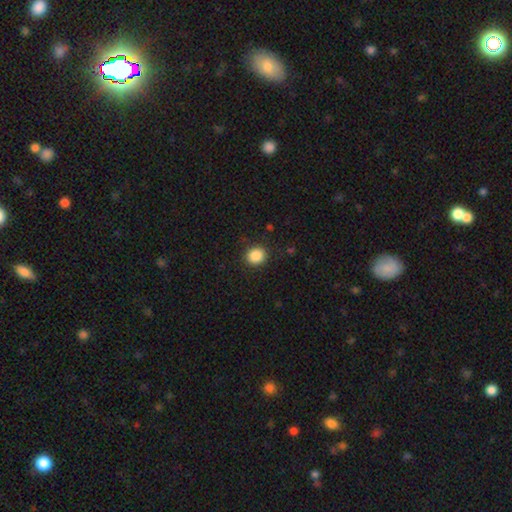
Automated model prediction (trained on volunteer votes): Q: Smooth or featured?
A: smooth (88%); runner-up: star or artifact (9%)
Q: How rounded?
A: round (78%); runner-up: in between (21%)
Q: Merging?
A: none (88%); runner-up: minor disturbance (8%)